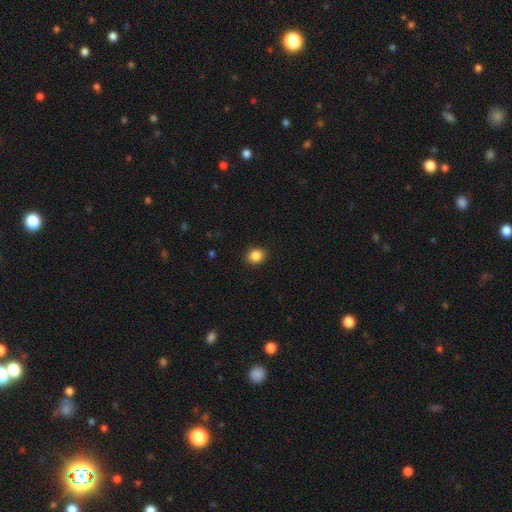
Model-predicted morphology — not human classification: This is clearly a smooth galaxy (87%). How rounded: likely round (66%). Merging: clearly none (90%).